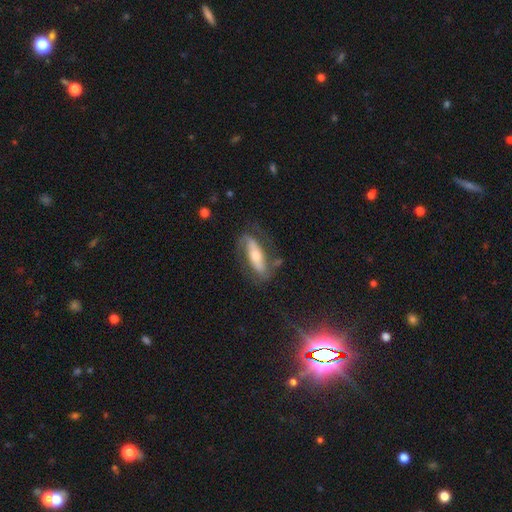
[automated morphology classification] Overall: featured or disk (70%). Edge-on disk: no (80%). Bar: strong (46%; no 33%). Spiral arms: yes (82%). Bulge size: moderate (54%; small 35%). Merging: none (67%).